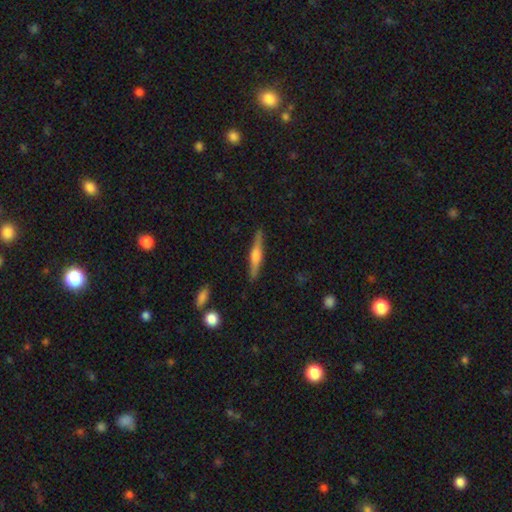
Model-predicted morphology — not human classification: smooth-or-featured: featured or disk: 60% | smooth: 33% | star or artifact: 6%
  disk-edge-on: yes: 97% | no: 3%
    edge-on-bulge: rounded: 86% | boxy: 8% | none: 6%
  merging: none: 89% | minor disturbance: 8% | major disturbance: 2% | merger: 1%